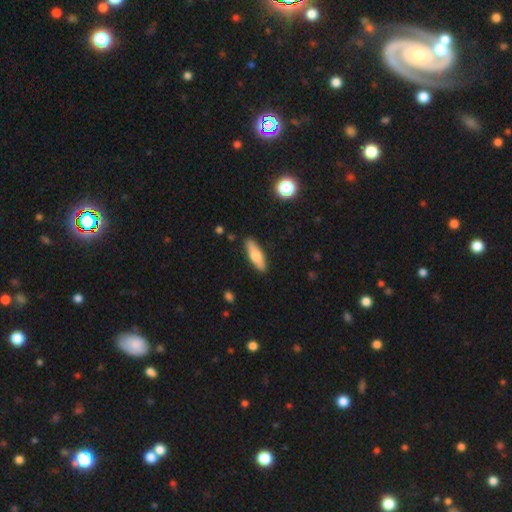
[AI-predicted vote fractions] Morphology: type=smooth (60%); roundness=cigar-shaped (53%); merging=none (89%).